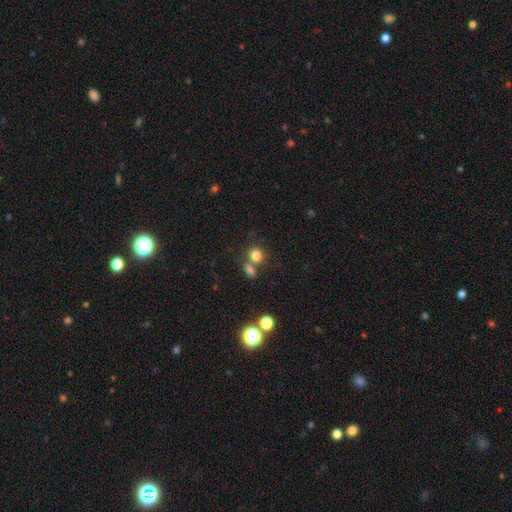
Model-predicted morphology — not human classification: Smooth or featured? smooth (79%)
How rounded? round (81%)
Merging? none (53%)